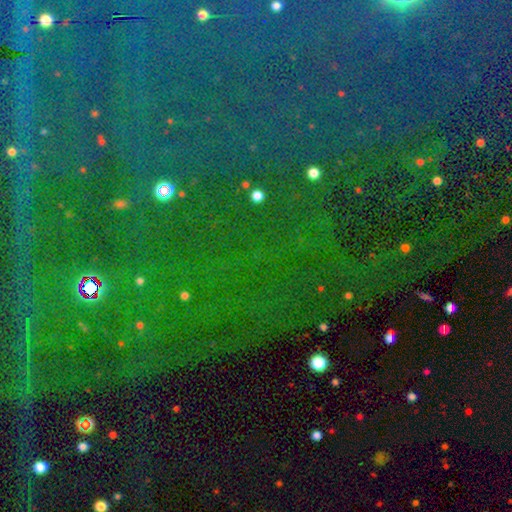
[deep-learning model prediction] Smooth or featured?
  - star or artifact: 86% *
  - featured or disk: 7%
  - smooth: 7%